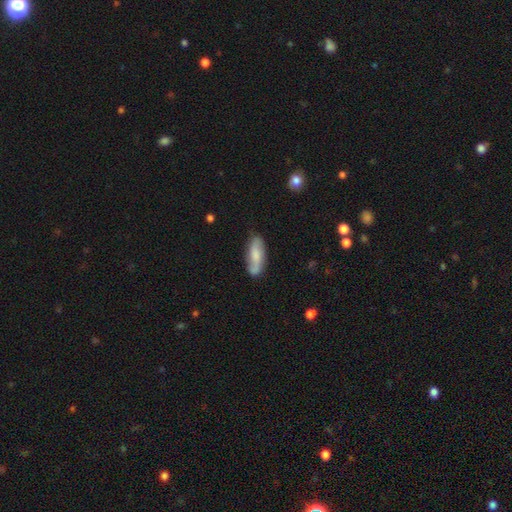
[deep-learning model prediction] Smooth or featured: smooth — 53% (featured or disk — 40%)
How rounded: in between — 70% (cigar-shaped — 27%)
Merging: none — 71% (minor disturbance — 20%)